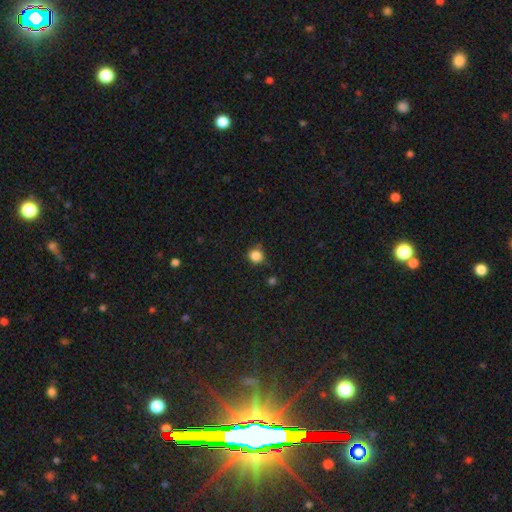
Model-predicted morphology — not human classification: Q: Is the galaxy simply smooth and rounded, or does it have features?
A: smooth — 84%.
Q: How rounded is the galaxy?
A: round — 91%.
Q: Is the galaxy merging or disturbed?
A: none — 77%.